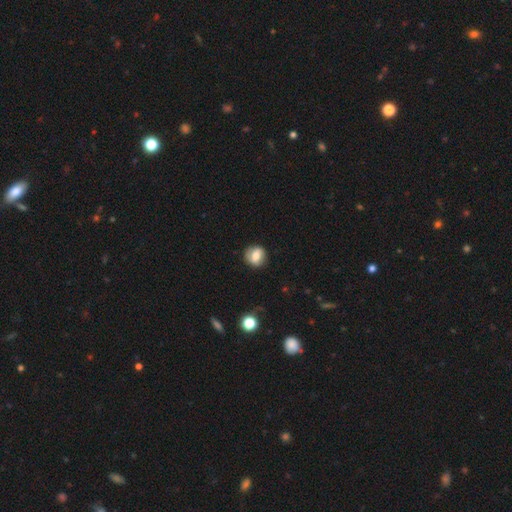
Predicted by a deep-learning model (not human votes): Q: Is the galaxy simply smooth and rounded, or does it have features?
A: smooth — 67%.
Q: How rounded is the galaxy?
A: round — 75%.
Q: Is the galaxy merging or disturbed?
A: none — 83%.